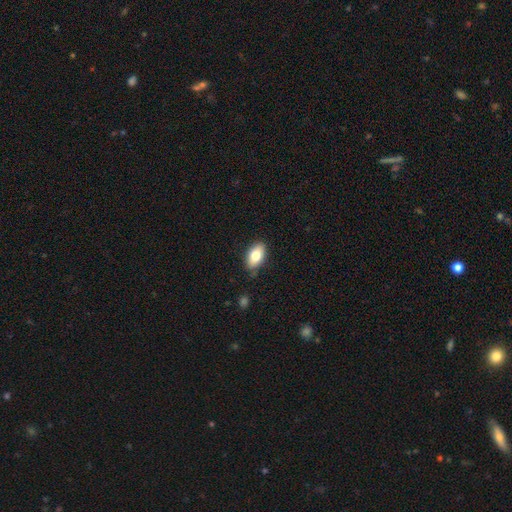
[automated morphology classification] smooth_or_featured: smooth (p=0.79) [alt: featured or disk p=0.14]
how_rounded: in between (p=0.91) [alt: round p=0.05]
merging: none (p=0.81) [alt: minor disturbance p=0.14]